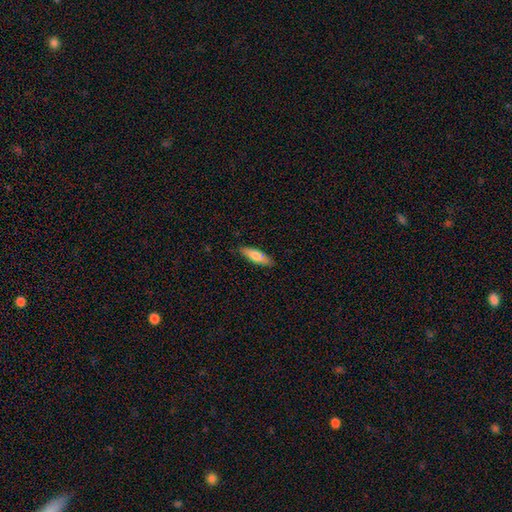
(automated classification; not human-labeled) Smooth or featured: smooth — 74% (featured or disk — 20%)
How rounded: cigar-shaped — 52% (in between — 46%)
Merging: none — 86% (minor disturbance — 11%)